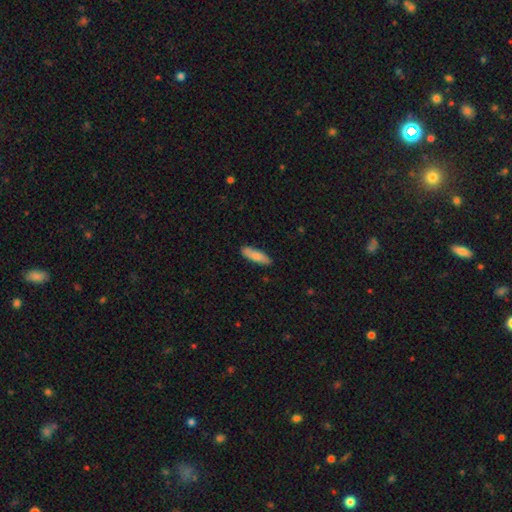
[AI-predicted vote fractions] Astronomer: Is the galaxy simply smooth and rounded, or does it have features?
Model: smooth — 79%.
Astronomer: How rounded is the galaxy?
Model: cigar-shaped — 56% (runner-up: in between, 42%).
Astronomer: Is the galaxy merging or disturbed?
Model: none — 86%.